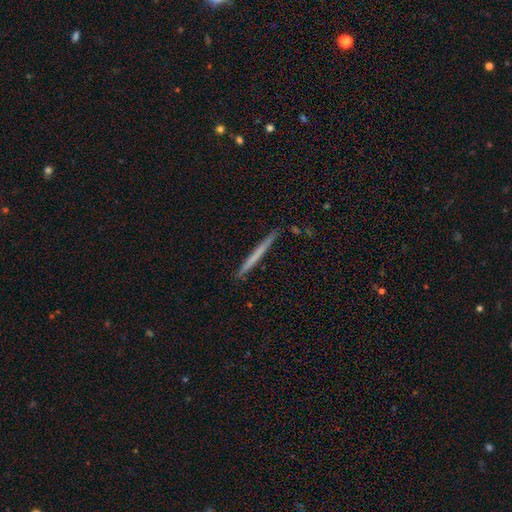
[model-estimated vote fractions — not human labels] The model was most divided on "smooth or featured": smooth: 54%, featured or disk: 41%, star or artifact: 5%. More confident: how rounded — cigar-shaped (97%); merging — none (91%).